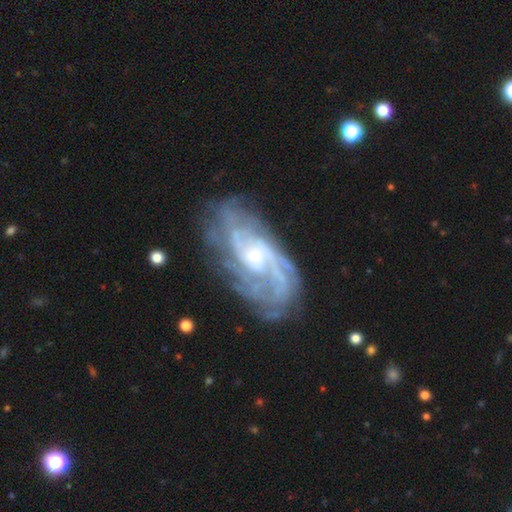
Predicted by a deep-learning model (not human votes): A featured or disk galaxy (87%) with no bar (63%), tight (53%) spiral arms (95%) and a small central bulge (67%).

Vote fractions:
- Smooth or featured? featured or disk: 87% / smooth: 7% / star or artifact: 6%
- Edge-on disk? no: 94% / yes: 6%
- Bar? no: 63% / weak: 31% / strong: 7%
- Spiral arms? yes: 95% / no: 5%
- Spiral winding? tight: 53% / medium: 36% / loose: 11%
- Spiral arm count? can't tell: 35% / 2: 18% / 3: 17% / 4: 15% / more than 4: 9% / 1: 6%
- Bulge size? small: 67% / moderate: 25% / none: 5% / large: 2% / dominant: 1%
- Merging? none: 71% / minor disturbance: 19% / major disturbance: 9% / merger: 2%